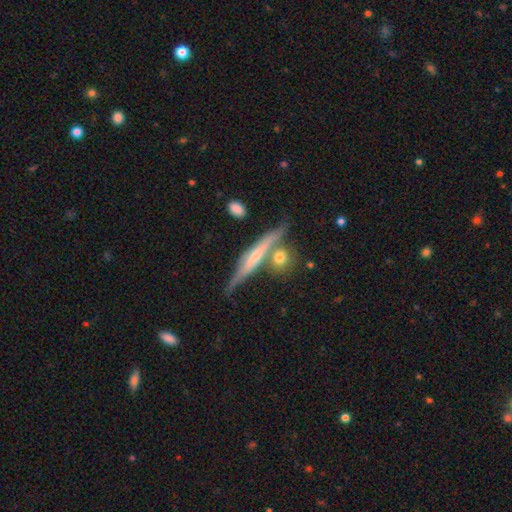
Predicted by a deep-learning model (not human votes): smooth-or-featured: featured or disk: 67% | smooth: 26% | star or artifact: 7%
  disk-edge-on: yes: 93% | no: 7%
    edge-on-bulge: rounded: 55% | none: 32% | boxy: 13%
  merging: none: 66% | merger: 16% | minor disturbance: 14% | major disturbance: 4%